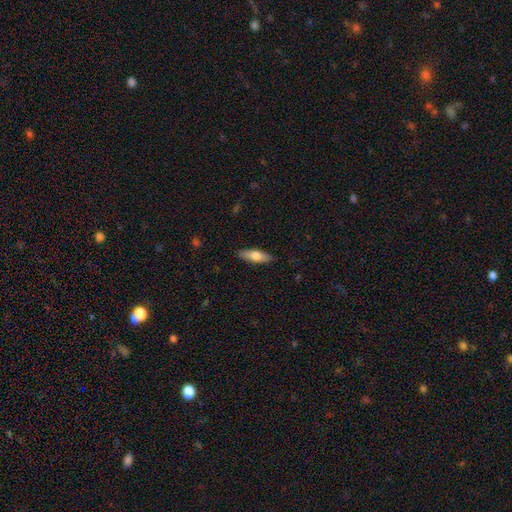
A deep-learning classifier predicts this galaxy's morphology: Smooth or featured?
  - smooth: 63% *
  - featured or disk: 31%
  - star or artifact: 6%
How rounded?
  - in between: 50% *
  - cigar-shaped: 48%
  - round: 2%
Merging?
  - none: 88% *
  - minor disturbance: 9%
  - major disturbance: 2%
  - merger: 1%